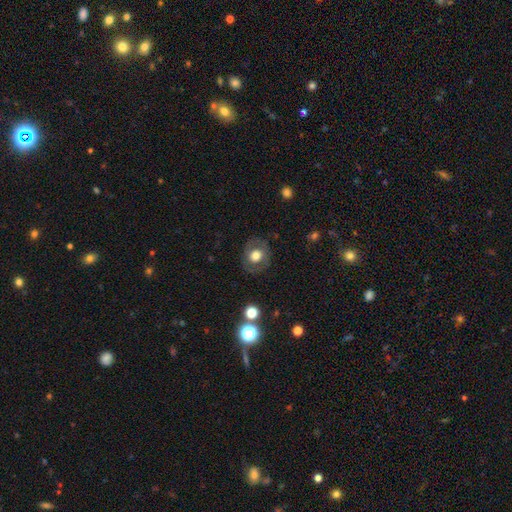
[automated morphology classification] Smooth or featured: smooth — 61% (featured or disk — 30%)
How rounded: round — 74% (in between — 25%)
Merging: none — 81% (minor disturbance — 12%)